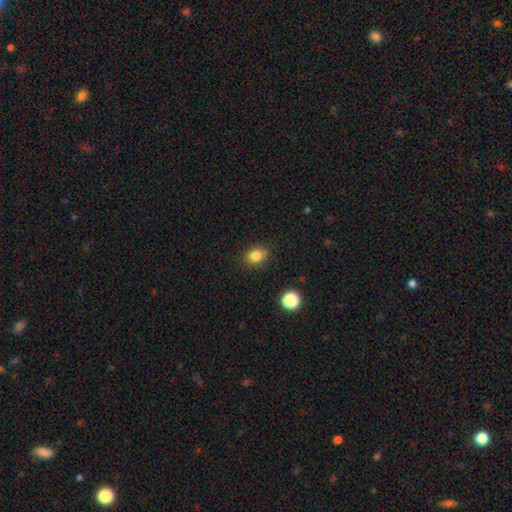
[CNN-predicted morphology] Q: Smooth or featured?
A: smooth (82%); runner-up: star or artifact (11%)
Q: How rounded?
A: in between (54%); runner-up: round (44%)
Q: Merging?
A: none (84%); runner-up: minor disturbance (12%)